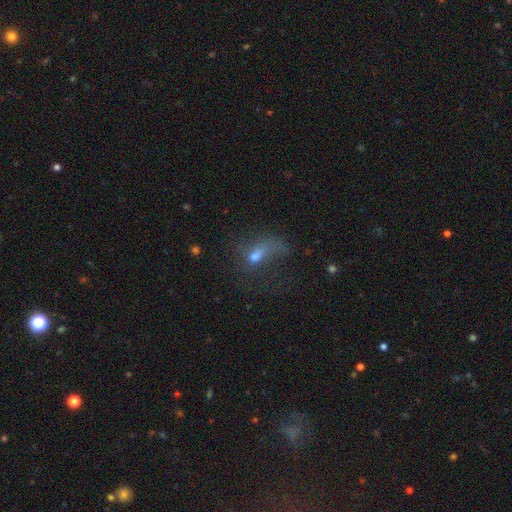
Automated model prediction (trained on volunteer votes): This is possibly a smooth galaxy (47%). Merging: possibly major disturbance (52%).